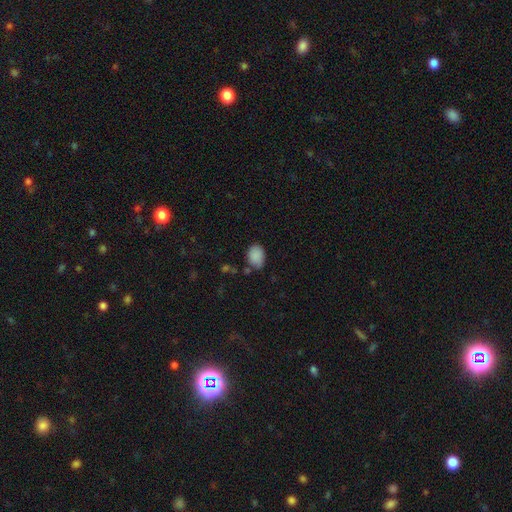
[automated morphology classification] smooth 87%, star or artifact 9%, featured or disk 4%. Down the decision tree: how rounded — in between (70%); merging — none (65%).